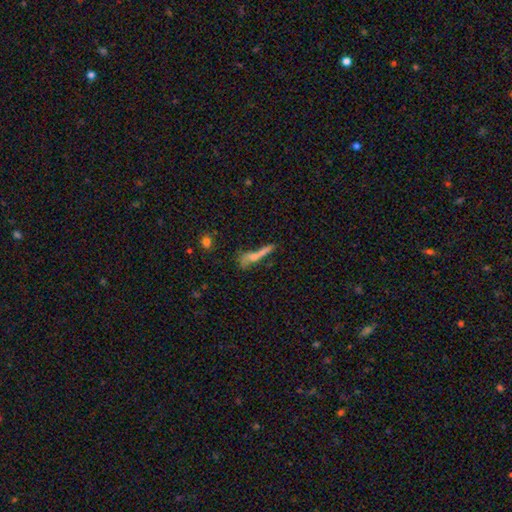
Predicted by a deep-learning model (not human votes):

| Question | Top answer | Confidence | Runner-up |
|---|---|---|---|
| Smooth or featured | smooth | 50% | featured or disk (37%) |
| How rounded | cigar-shaped | 76% | in between (18%) |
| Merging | none | 40% | merger (30%) |